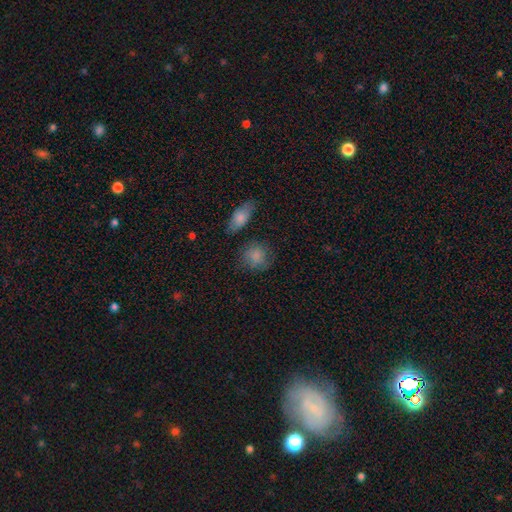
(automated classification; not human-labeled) This is clearly a smooth galaxy (82%). How rounded: likely round (78%). Merging: likely none (71%).